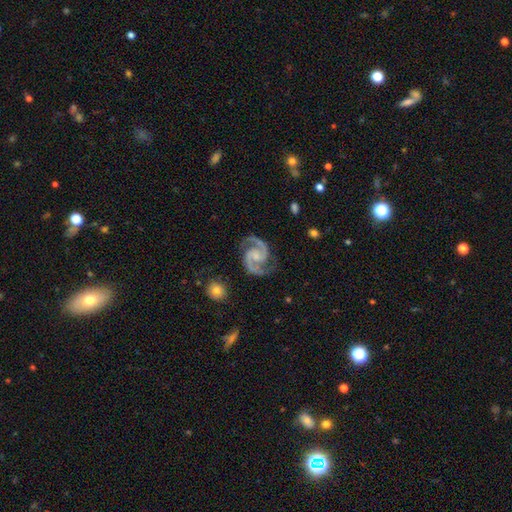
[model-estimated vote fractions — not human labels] Smooth or featured? featured or disk (94%)
Edge-on disk? no (99%)
Bar? no (53%)
Spiral arms? yes (99%)
Spiral winding? medium (66%)
Spiral arm count? 2 (95%)
Bulge size? small (46%)
Merging? none (82%)